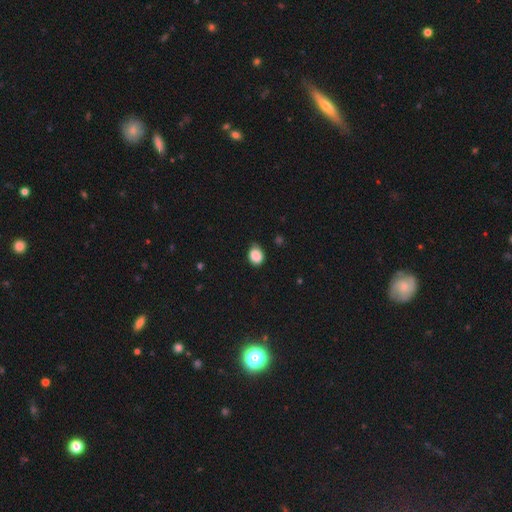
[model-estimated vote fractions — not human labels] Morphology: type=smooth (87%); roundness=in between (51%); merging=none (63%).